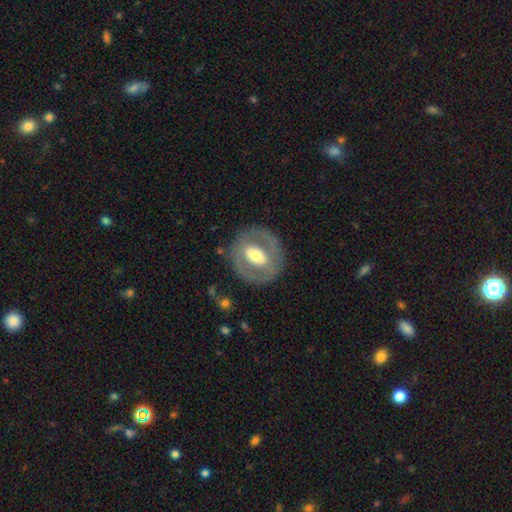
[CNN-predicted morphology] smooth-or-featured: featured or disk: 60% | smooth: 35% | star or artifact: 6%
  disk-edge-on: no: 94% | yes: 6%
    bar: no: 34% (tied) | weak: 34% (tied) | strong: 32%
    has-spiral-arms: no: 72% | yes: 28%
    bulge-size: moderate: 61% | large: 24% | small: 12% | dominant: 2% | none: 1%
  merging: none: 78% | minor disturbance: 13% | major disturbance: 8% | merger: 2%